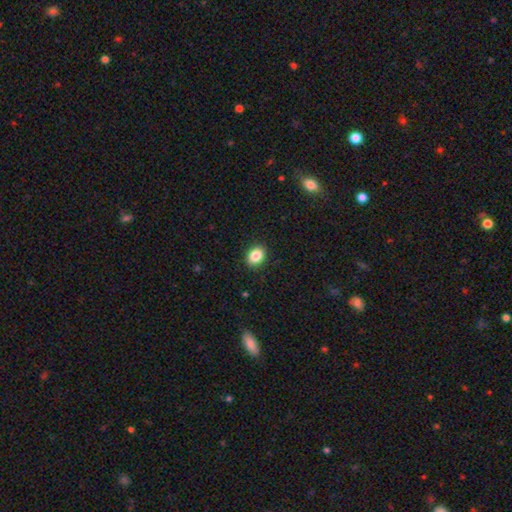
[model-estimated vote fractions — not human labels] Morphology: type=smooth (87%); roundness=in between (67%); merging=none (90%).